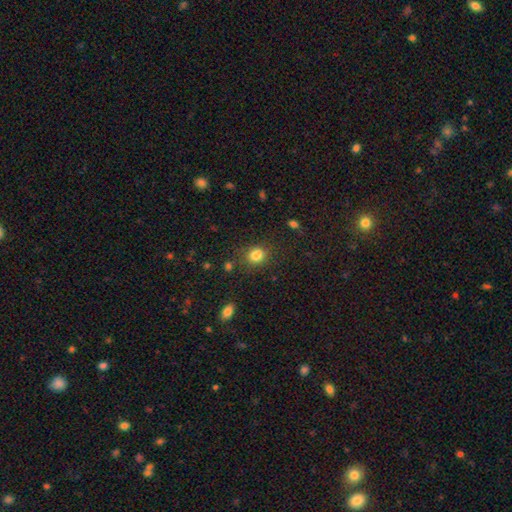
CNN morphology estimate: type=smooth (80%); roundness=round (62%); merging=none (69%).